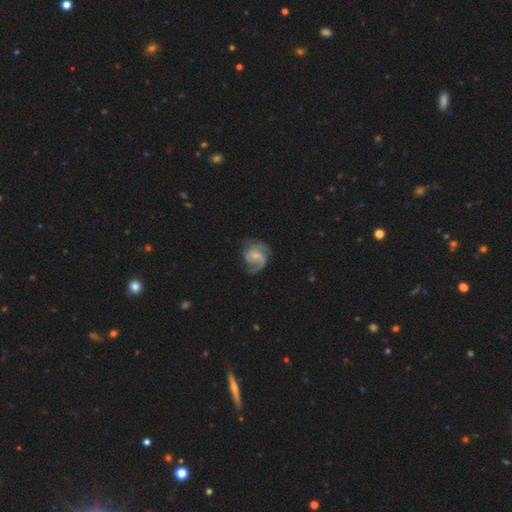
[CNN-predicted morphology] Overall: featured or disk (79%). Edge-on disk: no (98%). Bar: no (50%; weak 42%). Spiral arms: yes (95%). Spiral arm count: 2 (41%; 3 34%). Spiral winding: medium (51%; tight 26%). Bulge size: small (58%; moderate 26%). Merging: none (66%).